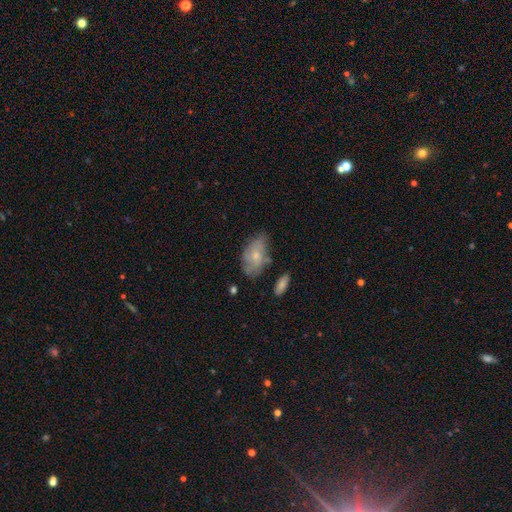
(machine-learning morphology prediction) smooth_or_featured: smooth (p=0.58) [alt: featured or disk p=0.35]
how_rounded: in between (p=0.90) [alt: round p=0.08]
merging: none (p=0.53) [alt: minor disturbance p=0.31]